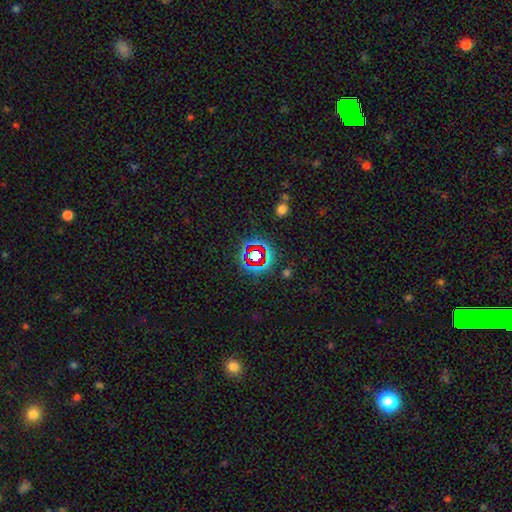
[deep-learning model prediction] Smooth or featured? Predicted: star or artifact (p=0.72).